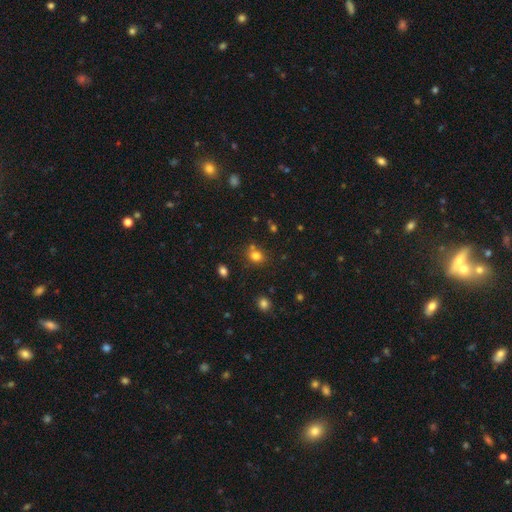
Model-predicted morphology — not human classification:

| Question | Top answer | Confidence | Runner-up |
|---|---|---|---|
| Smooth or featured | smooth | 77% | star or artifact (16%) |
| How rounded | round | 66% | in between (33%) |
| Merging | none | 65% | merger (19%) |